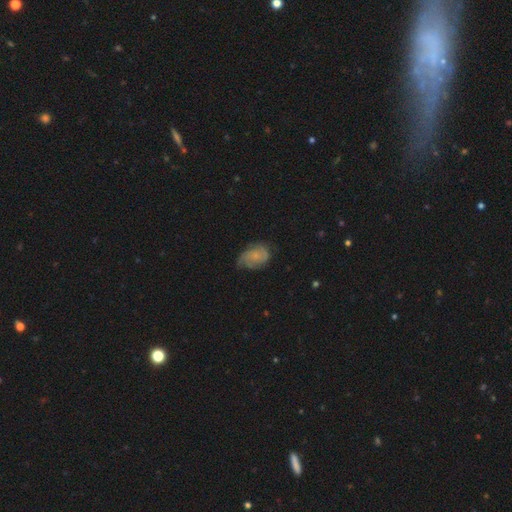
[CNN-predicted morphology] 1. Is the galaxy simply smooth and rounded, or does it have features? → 48% featured or disk, 43% smooth, 9% star or artifact.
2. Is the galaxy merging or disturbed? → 52% none, 32% minor disturbance, 14% major disturbance, 2% merger.